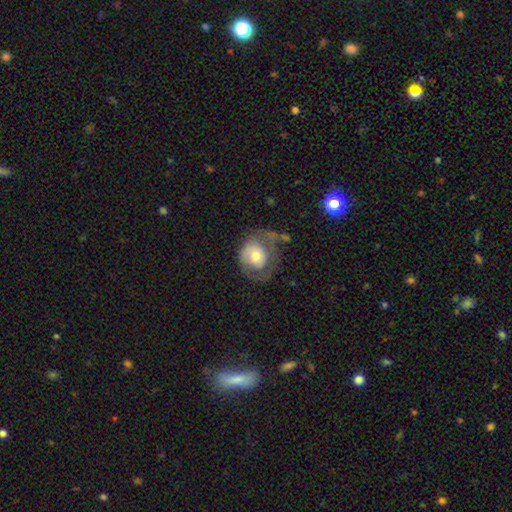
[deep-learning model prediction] This is possibly a smooth galaxy (50%). How rounded: likely round (66%). Merging: marginally major disturbance (39%).